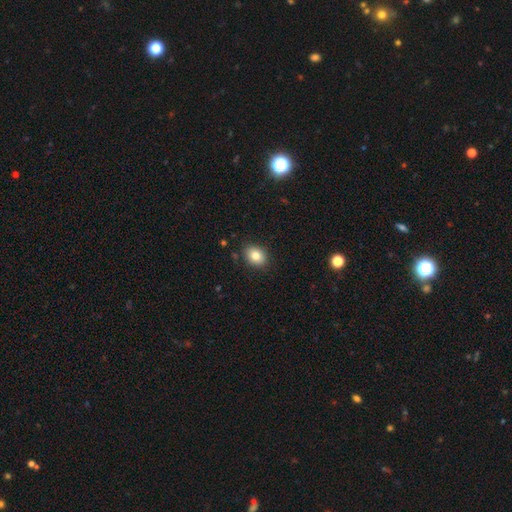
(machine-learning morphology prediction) This appears to be a smooth galaxy with no disk features (82%) that is in between round and cigar-shaped (62%). Merging: none (87%).